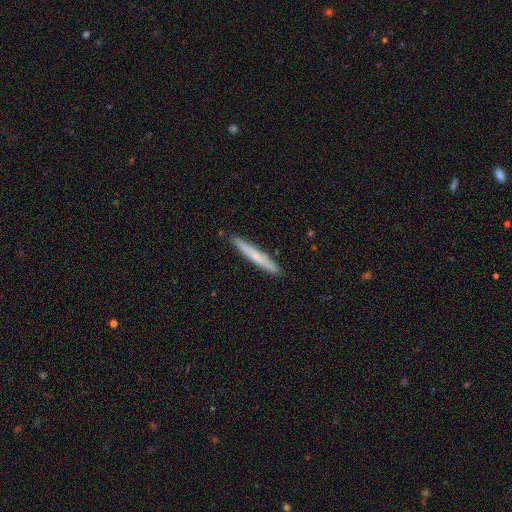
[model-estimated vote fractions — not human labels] A smooth galaxy with no disk features (61%) that is cigar-shaped (96%). Merging: none (91%).